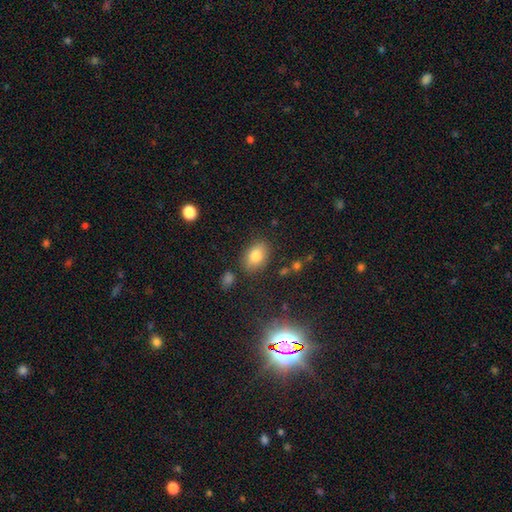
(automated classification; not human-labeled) Q: Smooth or featured?
A: smooth (79%); runner-up: featured or disk (11%)
Q: How rounded?
A: in between (79%); runner-up: round (20%)
Q: Merging?
A: none (81%); runner-up: minor disturbance (12%)